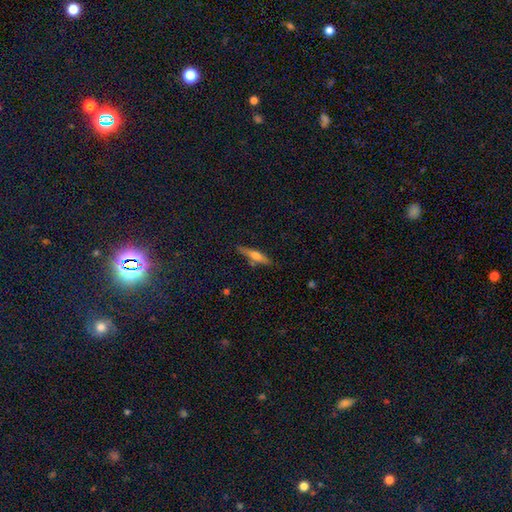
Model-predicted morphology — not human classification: type=featured or disk (49%); merging=none (82%).